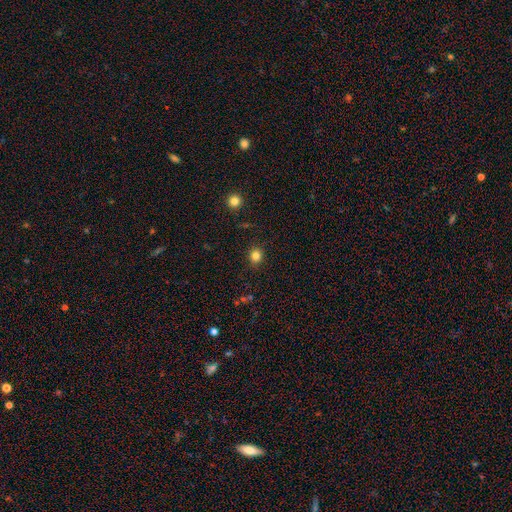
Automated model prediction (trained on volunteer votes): This is clearly a smooth galaxy (82%). How rounded: clearly round (83%). Merging: clearly none (89%).